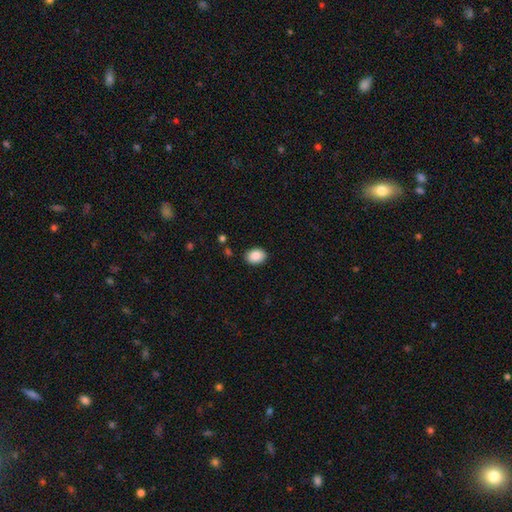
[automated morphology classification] This appears to be a smooth galaxy with no disk features (89%) that is in between round and cigar-shaped (70%). Merging: none (87%).